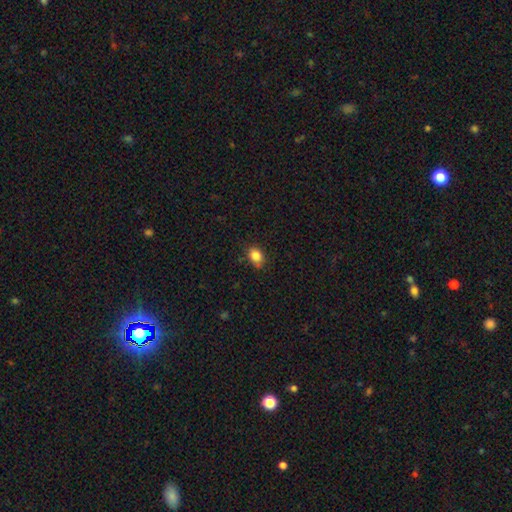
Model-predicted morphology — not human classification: type=smooth (84%); roundness=in between (55%); merging=none (76%).